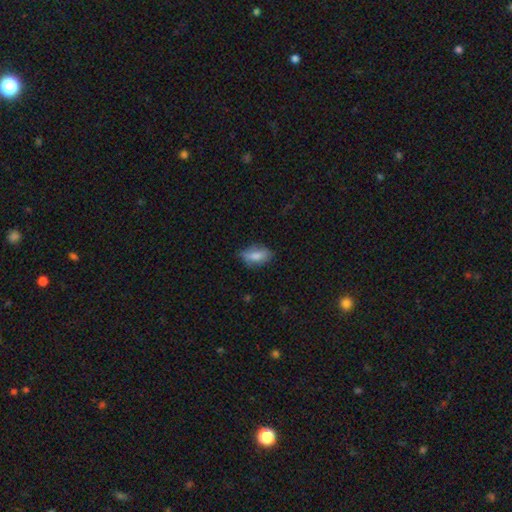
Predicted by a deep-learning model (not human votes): smooth-or-featured: smooth: 80% | featured or disk: 12% | star or artifact: 8%
  how-rounded: in between: 86% | cigar-shaped: 9% | round: 5%
  merging: none: 68% | minor disturbance: 25% | major disturbance: 5% | merger: 1%